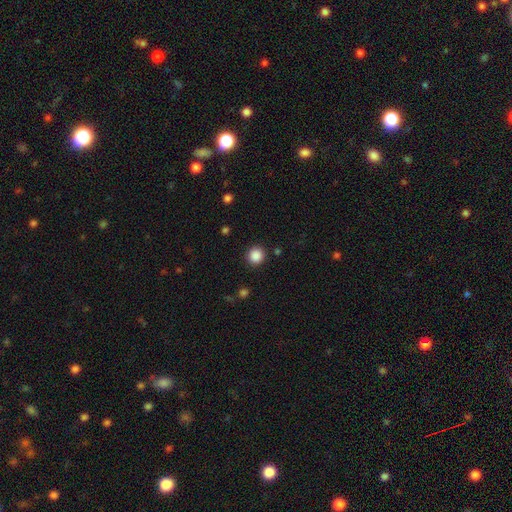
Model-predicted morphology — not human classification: type=smooth (87%); roundness=round (93%); merging=none (90%).